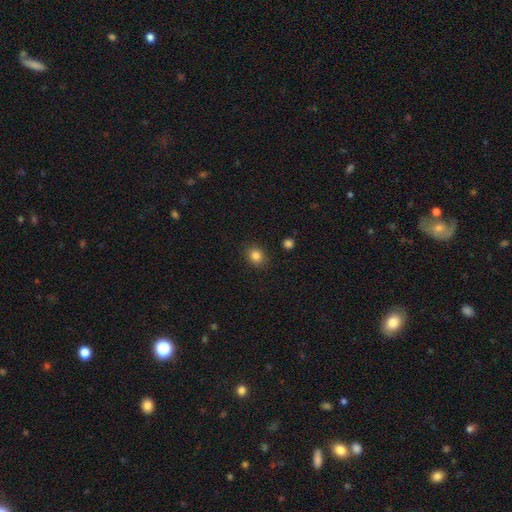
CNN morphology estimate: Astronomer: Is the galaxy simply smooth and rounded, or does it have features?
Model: smooth — 84%.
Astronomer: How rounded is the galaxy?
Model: round — 71%.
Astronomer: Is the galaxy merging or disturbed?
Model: none — 88%.